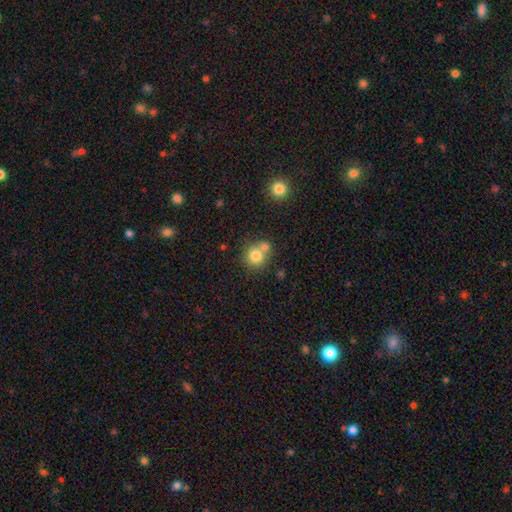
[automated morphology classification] A smooth galaxy with no disk features (79%) that is round (89%). Merging: none (52%).